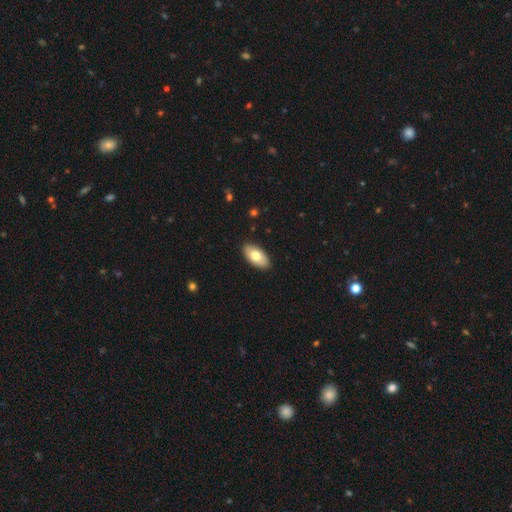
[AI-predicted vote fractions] The model was most divided on "smooth or featured": smooth: 73%, featured or disk: 22%, star or artifact: 6%. More confident: how rounded — in between (95%); merging — none (90%).